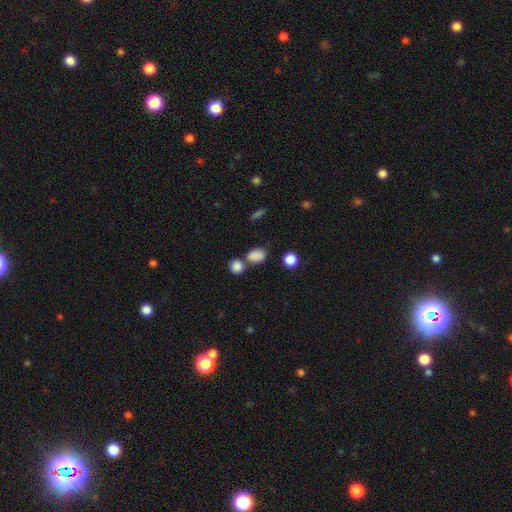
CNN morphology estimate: This appears to be a smooth galaxy with no disk features (85%) that is in between round and cigar-shaped (68%). Merging: none (57%).